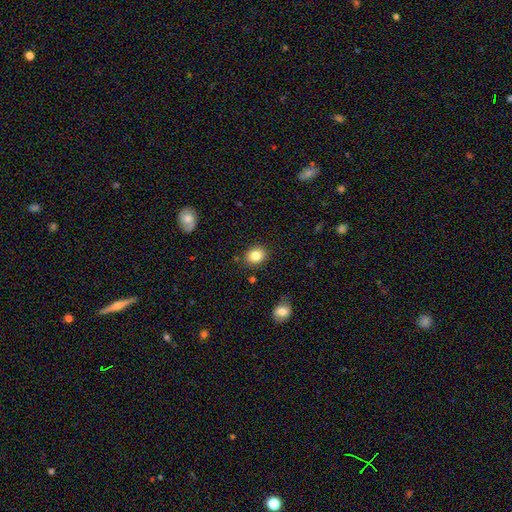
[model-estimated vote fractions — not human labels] Smooth or featured? Predicted: smooth (p=0.83). How rounded? Predicted: round (p=0.58). Merging? Predicted: none (p=0.86).